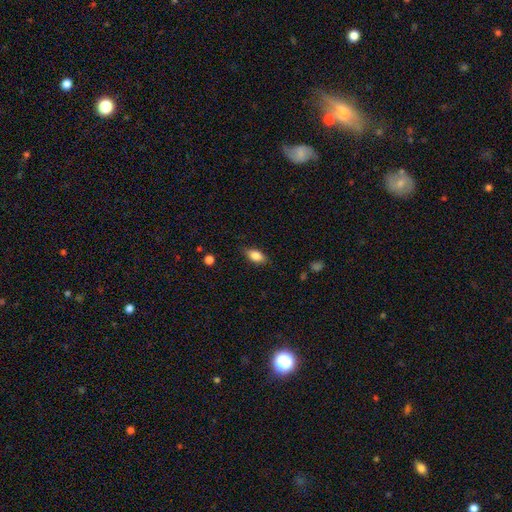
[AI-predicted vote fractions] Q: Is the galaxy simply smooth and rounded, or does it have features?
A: smooth — 84%.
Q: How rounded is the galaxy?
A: in between — 88%.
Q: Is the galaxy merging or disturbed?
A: none — 82%.